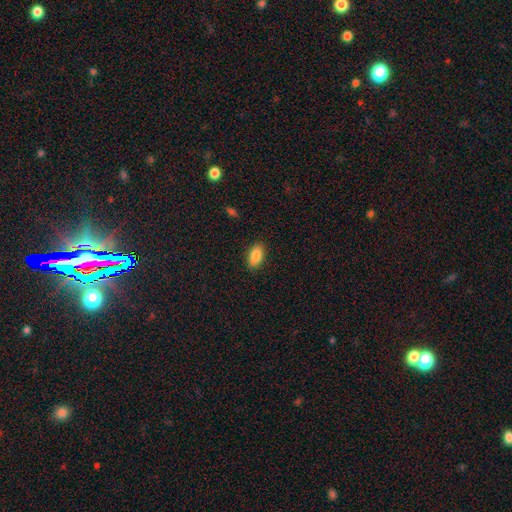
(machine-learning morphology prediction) Smooth or featured? smooth (87%)
How rounded? in between (91%)
Merging? none (88%)